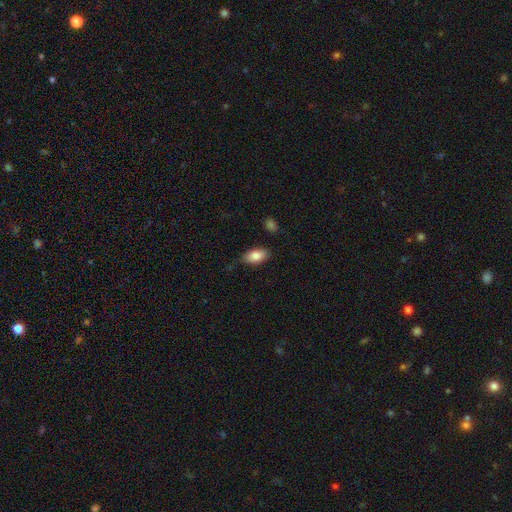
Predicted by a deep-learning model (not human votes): A smooth galaxy with no disk features (83%) that is in between round and cigar-shaped (92%).

Vote fractions:
- Smooth or featured? smooth: 83% / featured or disk: 10% / star or artifact: 7%
- How rounded? in between: 92% / cigar-shaped: 4% / round: 4%
- Merging? none: 80% / minor disturbance: 15% / major disturbance: 3% / merger: 2%